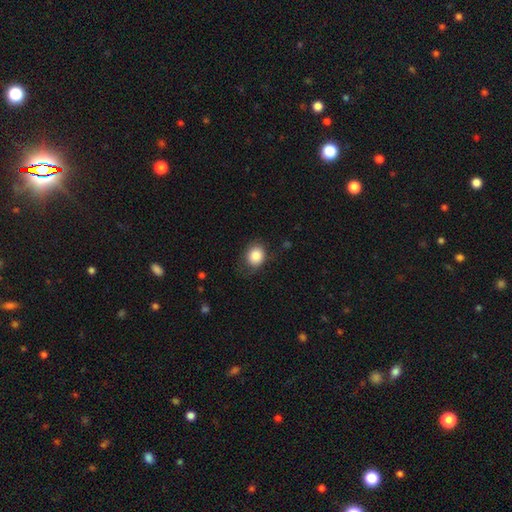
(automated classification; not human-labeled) The model was most divided on "how rounded": round: 64%, in between: 36%, cigar-shaped: 1%. More confident: smooth or featured — smooth (84%); merging — none (68%).